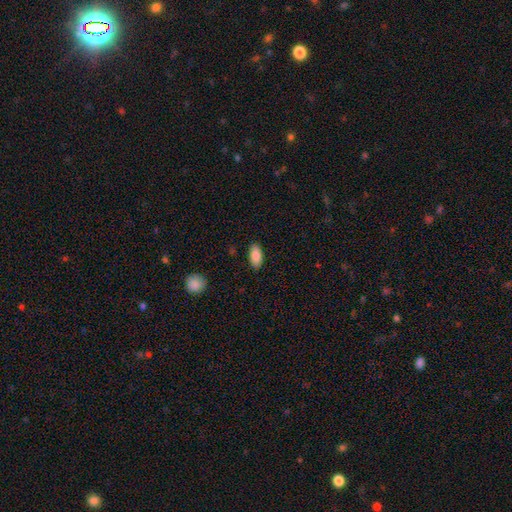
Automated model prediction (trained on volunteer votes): Q: Smooth or featured?
A: smooth (87%); runner-up: star or artifact (7%)
Q: How rounded?
A: in between (90%); runner-up: cigar-shaped (8%)
Q: Merging?
A: none (88%); runner-up: minor disturbance (9%)